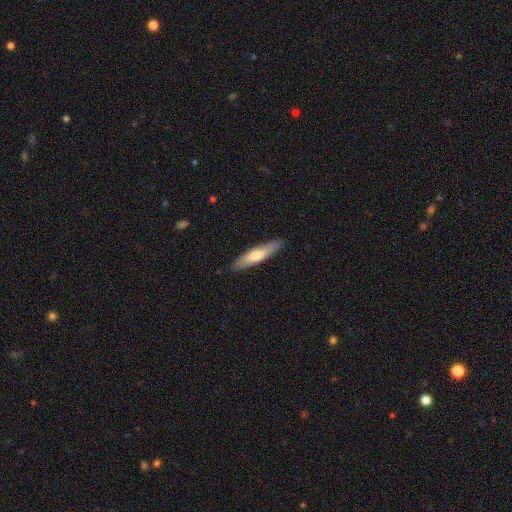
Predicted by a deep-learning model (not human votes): smooth-or-featured: smooth: 61% | featured or disk: 34% | star or artifact: 5%
  how-rounded: cigar-shaped: 79% | in between: 20% | round: 1%
  merging: none: 87% | minor disturbance: 10% | major disturbance: 2% | merger: 1%